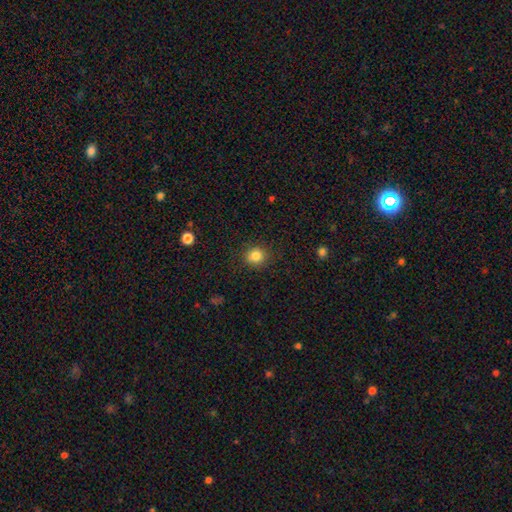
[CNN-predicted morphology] type=smooth (84%); roundness=round (84%); merging=none (89%).